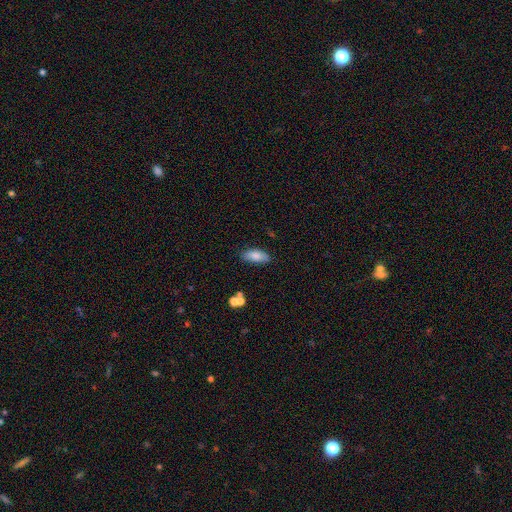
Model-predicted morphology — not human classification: The model was most divided on "merging": none: 79%, minor disturbance: 15%, major disturbance: 3%, merger: 3%. More confident: how rounded — in between (83%); smooth or featured — smooth (82%).